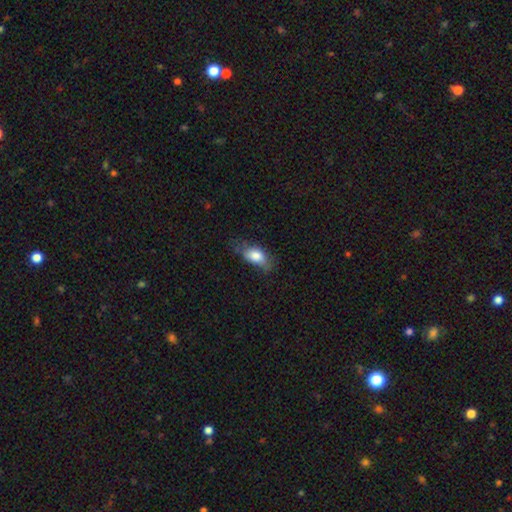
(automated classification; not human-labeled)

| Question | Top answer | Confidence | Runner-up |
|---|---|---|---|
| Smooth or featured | smooth | 77% | featured or disk (16%) |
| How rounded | in between | 86% | round (7%) |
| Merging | none | 46% | minor disturbance (34%) |